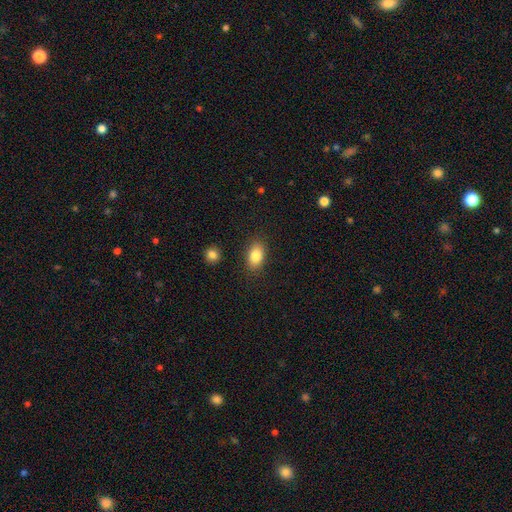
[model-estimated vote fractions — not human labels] Smooth or featured? smooth (85%)
How rounded? in between (88%)
Merging? none (86%)